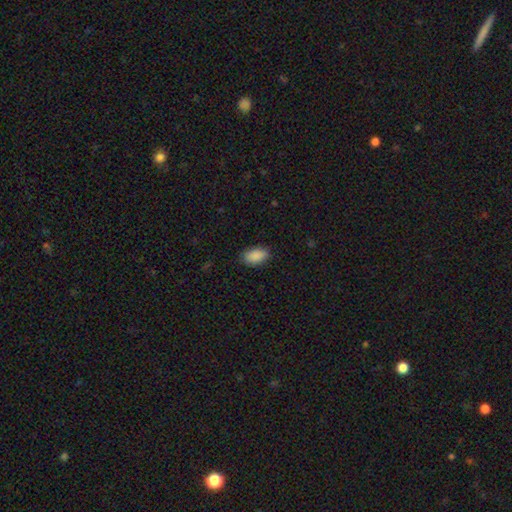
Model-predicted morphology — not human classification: type=smooth (90%); roundness=in between (93%); merging=none (87%).